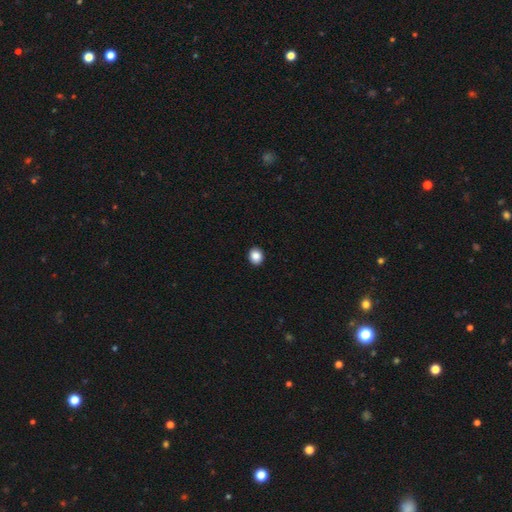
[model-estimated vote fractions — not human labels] smooth_or_featured: smooth (p=0.88) [alt: star or artifact p=0.09]
how_rounded: round (p=0.69) [alt: in between p=0.30]
merging: none (p=0.93) [alt: minor disturbance p=0.05]